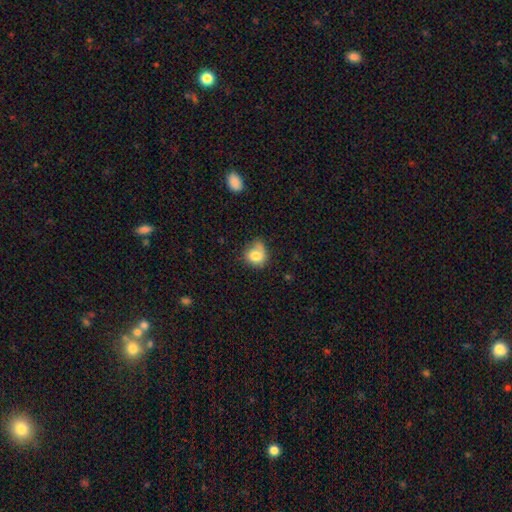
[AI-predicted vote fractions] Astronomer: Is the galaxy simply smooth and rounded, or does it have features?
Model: smooth — 80%.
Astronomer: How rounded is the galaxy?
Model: round — 69%.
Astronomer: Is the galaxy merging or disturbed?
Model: none — 46% (runner-up: minor disturbance, 34%).